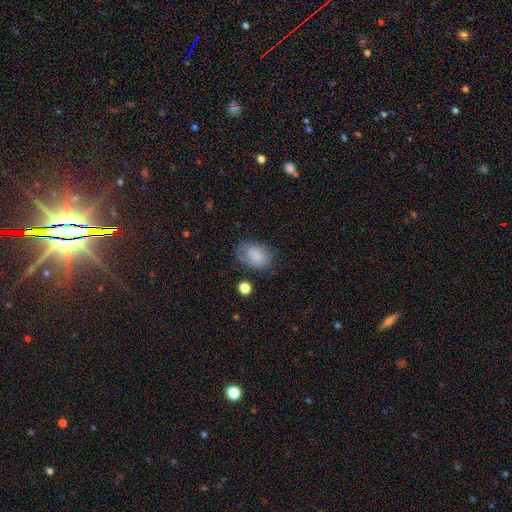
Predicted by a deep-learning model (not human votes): A smooth galaxy with no disk features (84%) that is in between round and cigar-shaped (83%).

Vote fractions:
- Smooth or featured? smooth: 84% / featured or disk: 8% / star or artifact: 8%
- How rounded? in between: 83% / round: 16% / cigar-shaped: 1%
- Merging? none: 71% / minor disturbance: 20% / major disturbance: 6% / merger: 3%